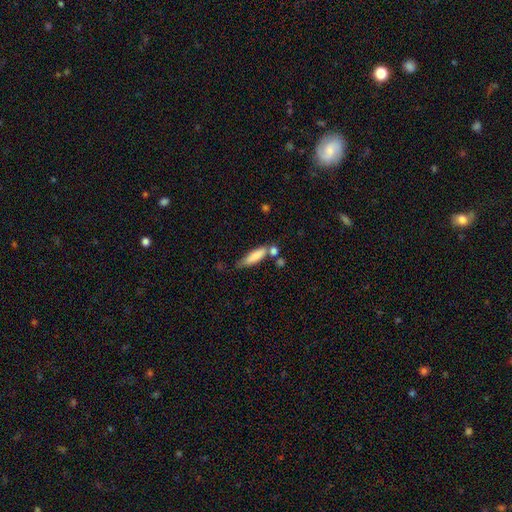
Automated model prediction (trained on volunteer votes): Morphology: type=smooth (80%); roundness=cigar-shaped (61%); merging=none (52%).